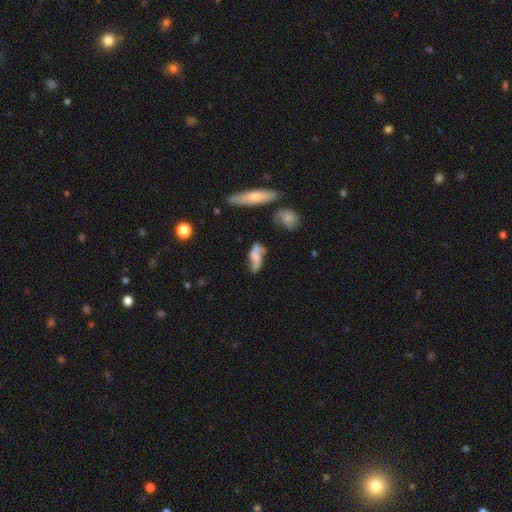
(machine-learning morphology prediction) Smooth or featured? Predicted: featured or disk (p=0.50). Merging? Predicted: none (p=0.50).